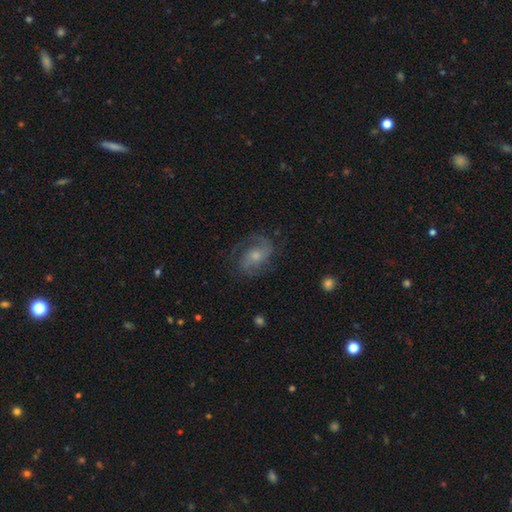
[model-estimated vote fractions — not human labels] This appears to be a featured or disk galaxy (79%) with no bar (55%), 2 (75%) medium (53%) spiral arms (94%) and a small central bulge (45%). Merging: none (70%).